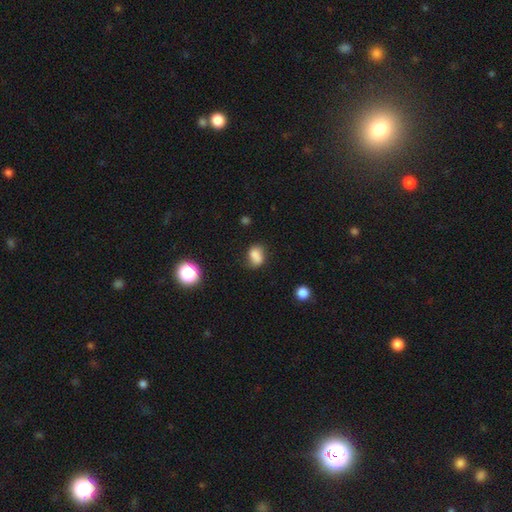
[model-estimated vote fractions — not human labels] smooth 78%, star or artifact 12%, featured or disk 10%. Down the decision tree: how rounded — in between (65%); merging — none (54%).